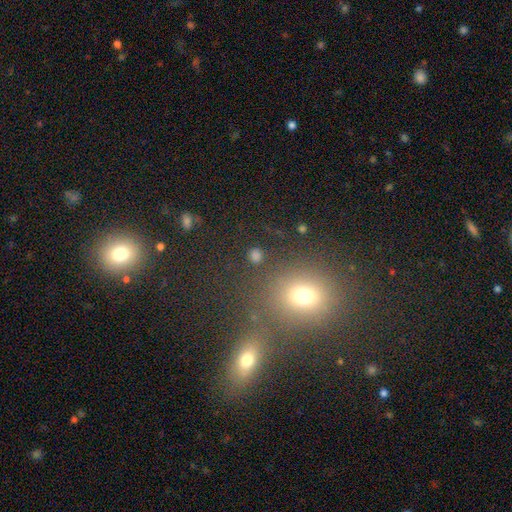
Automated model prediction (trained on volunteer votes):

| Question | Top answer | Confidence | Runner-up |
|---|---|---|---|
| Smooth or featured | smooth | 69% | star or artifact (24%) |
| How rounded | round | 84% | in between (15%) |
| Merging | none | 83% | minor disturbance (7%) |